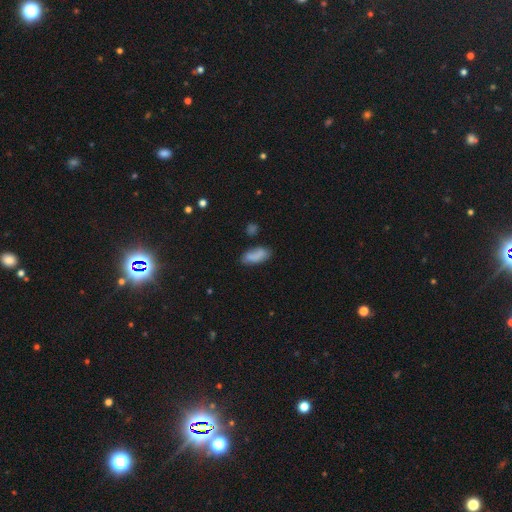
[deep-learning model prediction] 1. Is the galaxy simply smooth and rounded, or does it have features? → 80% smooth, 12% featured or disk, 8% star or artifact.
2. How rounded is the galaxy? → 81% in between, 16% cigar-shaped, 3% round.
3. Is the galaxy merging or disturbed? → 65% none, 22% minor disturbance, 7% merger, 6% major disturbance.